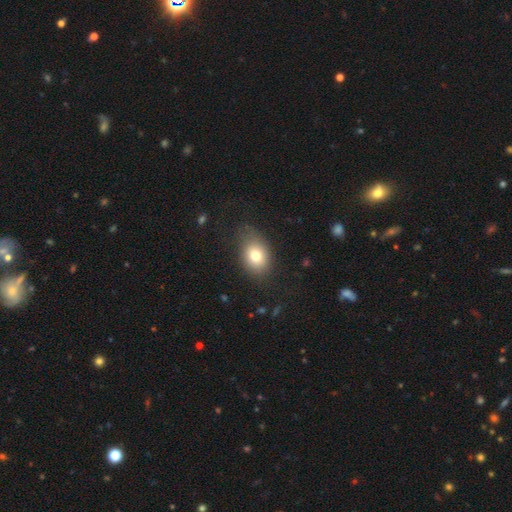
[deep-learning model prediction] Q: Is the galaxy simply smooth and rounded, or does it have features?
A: smooth — 77%.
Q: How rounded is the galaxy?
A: in between — 68%.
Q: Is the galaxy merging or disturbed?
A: none — 74%.